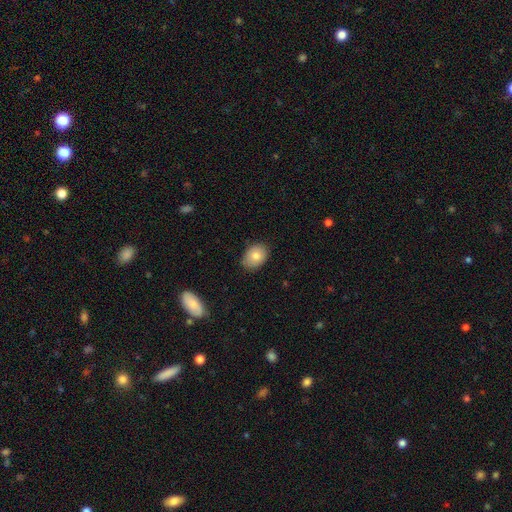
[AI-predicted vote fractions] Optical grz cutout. It shows a smooth galaxy with no disk features (81%) that is in between round and cigar-shaped (78%). Merging: none (82%).